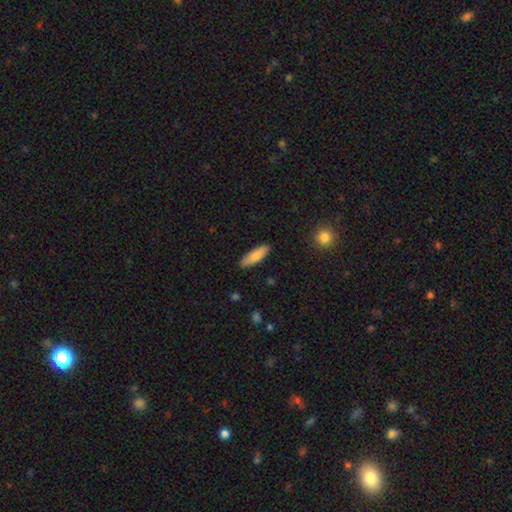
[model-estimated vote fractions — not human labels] The model was most divided on "how rounded": cigar-shaped: 50%, in between: 48%, round: 2%. More confident: merging — none (88%); smooth or featured — smooth (81%).